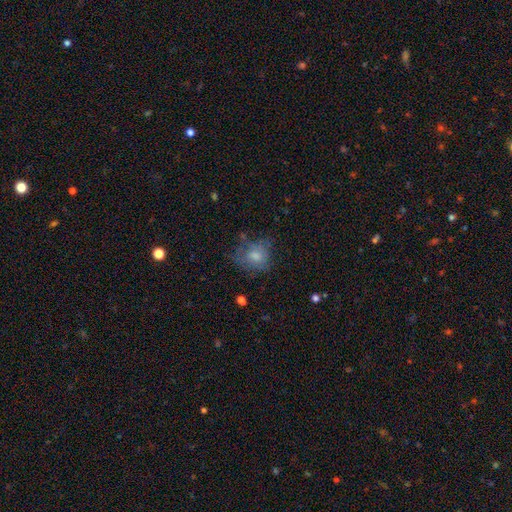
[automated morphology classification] Smooth or featured? Predicted: smooth (p=0.65). How rounded? Predicted: round (p=0.58). Merging? Predicted: none (p=0.46).